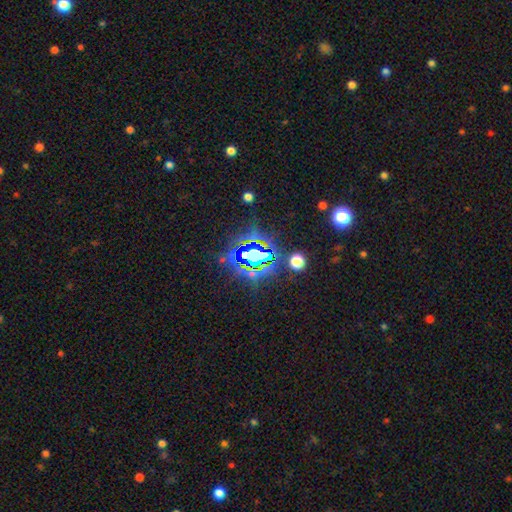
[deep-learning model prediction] Smooth or featured? star or artifact (77%)